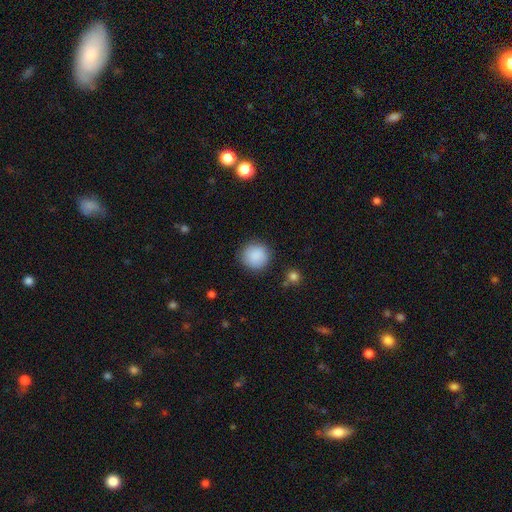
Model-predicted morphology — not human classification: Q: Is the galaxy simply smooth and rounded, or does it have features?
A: smooth — 88%.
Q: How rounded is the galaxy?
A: round — 94%.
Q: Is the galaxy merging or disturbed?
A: none — 87%.